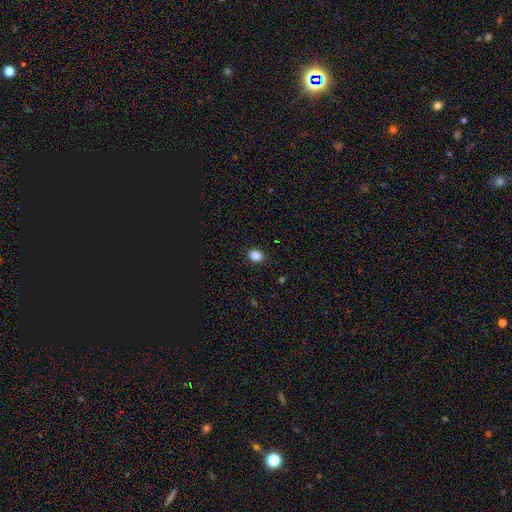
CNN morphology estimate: Smooth or featured? smooth (85%)
How rounded? round (55%)
Merging? none (91%)